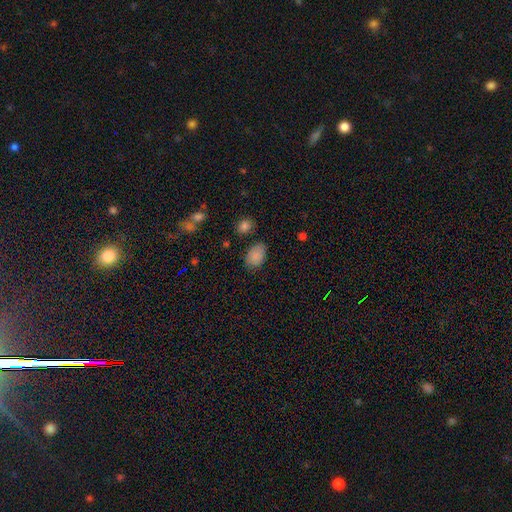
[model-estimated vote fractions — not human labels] Smooth or featured: smooth — 85% (star or artifact — 9%)
How rounded: in between — 84% (round — 15%)
Merging: none — 73% (minor disturbance — 19%)